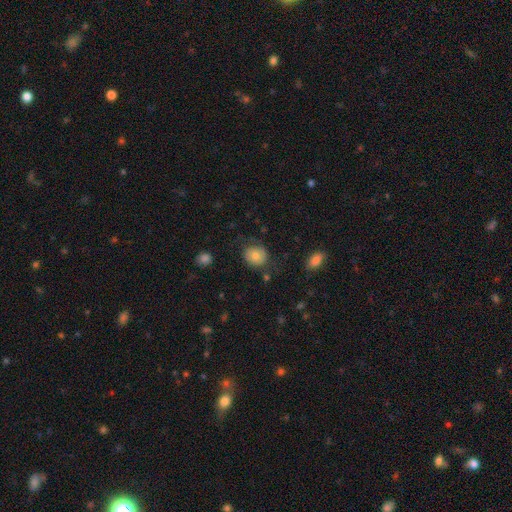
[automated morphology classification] Smooth or featured?
  - smooth: 73% *
  - featured or disk: 18%
  - star or artifact: 9%
How rounded?
  - round: 75% *
  - in between: 24%
  - cigar-shaped: 1%
Merging?
  - none: 65% *
  - minor disturbance: 22%
  - major disturbance: 11%
  - merger: 2%